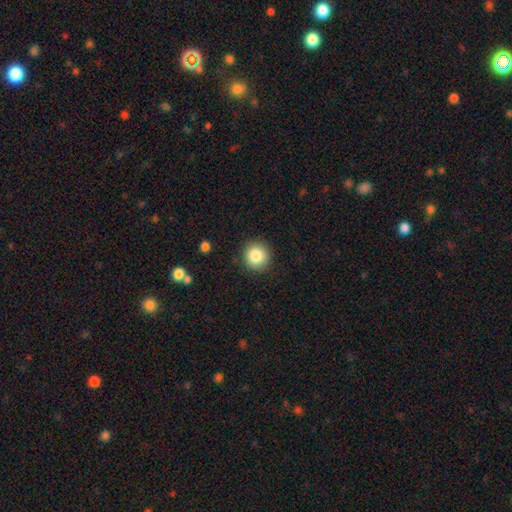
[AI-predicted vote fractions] A smooth galaxy with no disk features (85%) that is round (92%).

Vote fractions:
- Smooth or featured? smooth: 85% / star or artifact: 10% / featured or disk: 6%
- How rounded? round: 92% / in between: 7% / cigar-shaped: 1%
- Merging? none: 90% / minor disturbance: 7% / major disturbance: 2% / merger: 1%